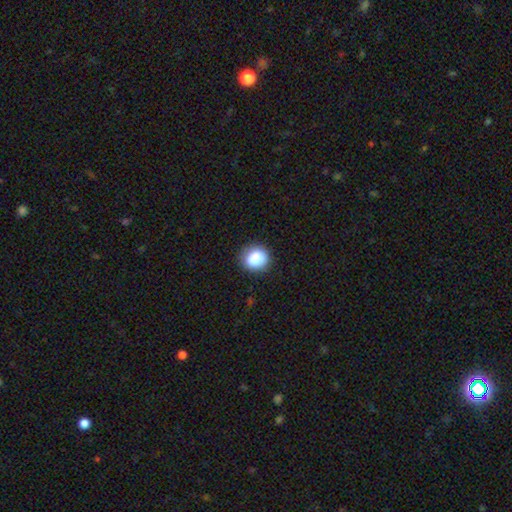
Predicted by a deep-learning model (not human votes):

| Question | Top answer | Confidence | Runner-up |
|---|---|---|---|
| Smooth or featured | smooth | 87% | star or artifact (9%) |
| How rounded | round | 78% | in between (21%) |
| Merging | none | 83% | minor disturbance (13%) |